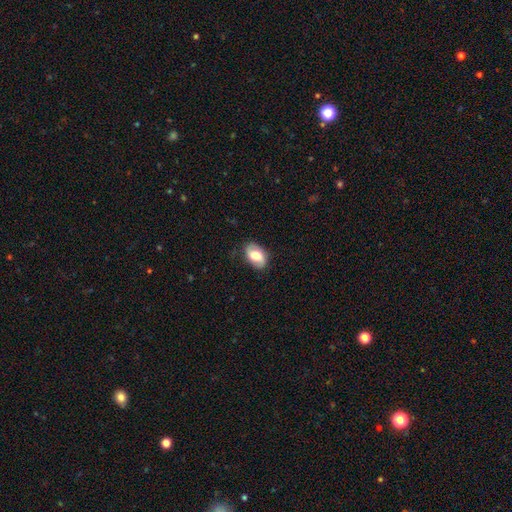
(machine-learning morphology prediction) Overall: smooth (55%; featured or disk 38%). How rounded: in between (88%). Merging: none (79%).